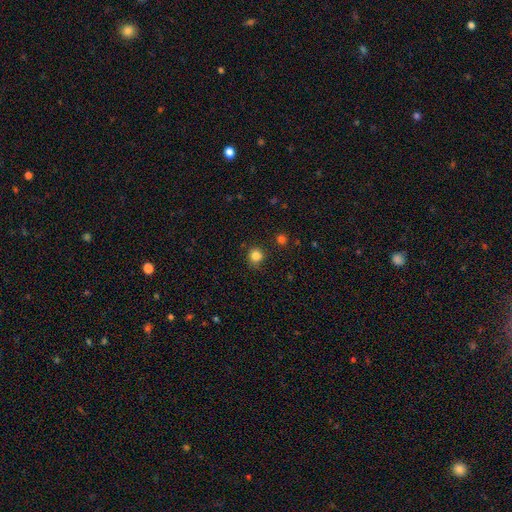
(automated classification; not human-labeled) Overall: smooth (84%). How rounded: round (88%). Merging: none (82%).